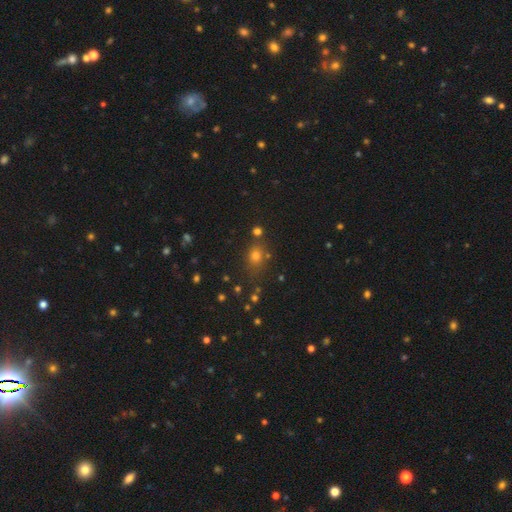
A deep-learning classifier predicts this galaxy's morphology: This is likely a smooth galaxy (65%). How rounded: likely round (67%). Merging: likely none (74%).